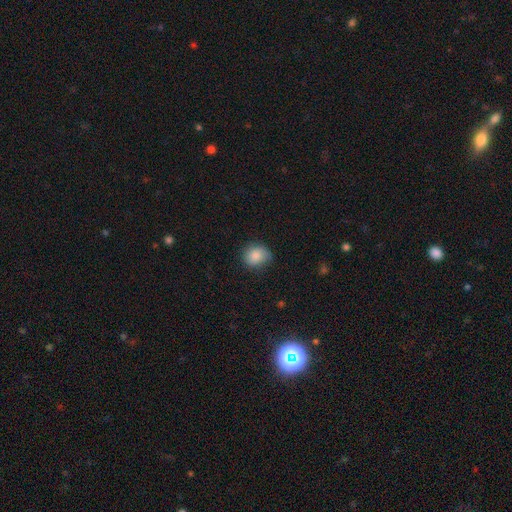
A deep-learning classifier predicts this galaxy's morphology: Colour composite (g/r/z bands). It shows a smooth galaxy with no disk features (85%) that is round (68%). Merging: none (68%).